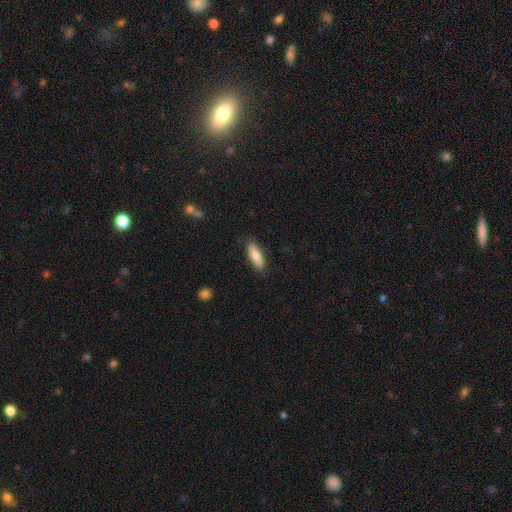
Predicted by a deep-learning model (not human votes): This is clearly a smooth galaxy (82%). How rounded: possibly in between (54%). Merging: clearly none (86%).